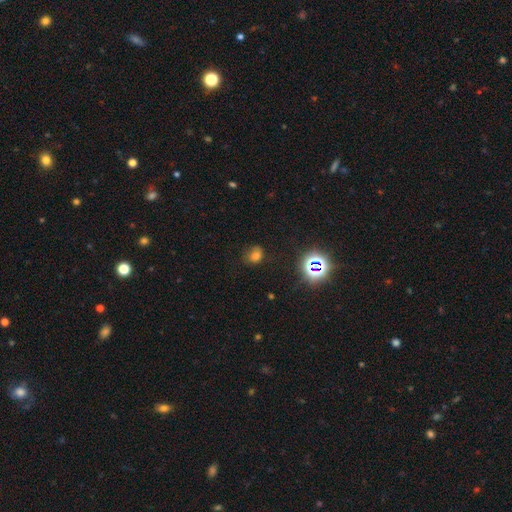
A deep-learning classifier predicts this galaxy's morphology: Smooth or featured: smooth — 66% (star or artifact — 25%)
How rounded: round — 55% (in between — 43%)
Merging: none — 63% (minor disturbance — 24%)